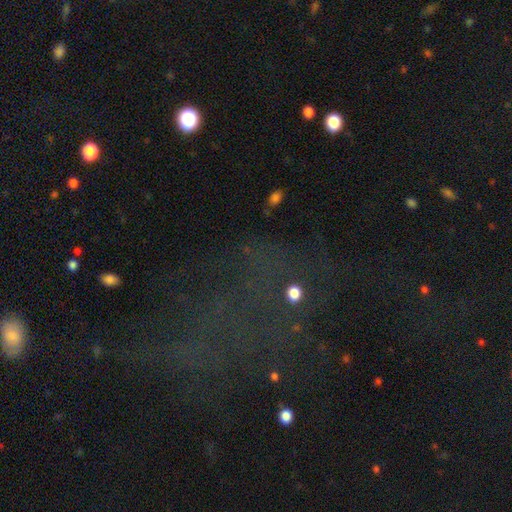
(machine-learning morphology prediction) The model was most divided on "smooth or featured": star or artifact: 58%, smooth: 21%, featured or disk: 21%.